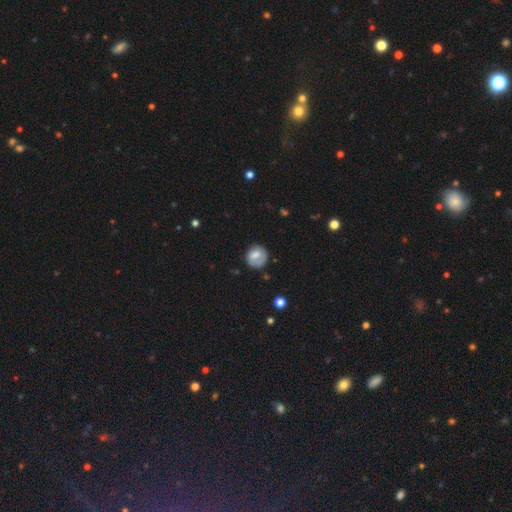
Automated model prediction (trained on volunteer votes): Overall: smooth (68%). How rounded: round (82%). Merging: none (66%).